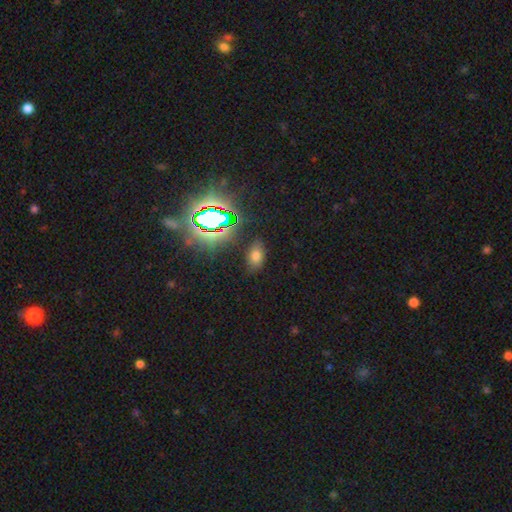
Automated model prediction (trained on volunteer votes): Morphology: type=smooth (65%); roundness=in between (86%); merging=none (81%).